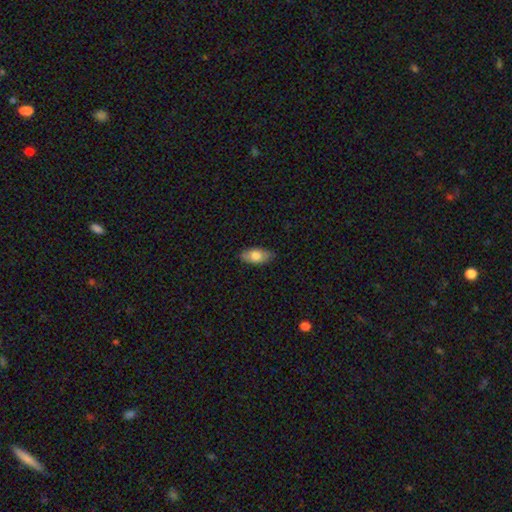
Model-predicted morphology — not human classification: smooth 76%, featured or disk 18%, star or artifact 7%. Down the decision tree: how rounded — in between (91%); merging — none (83%).